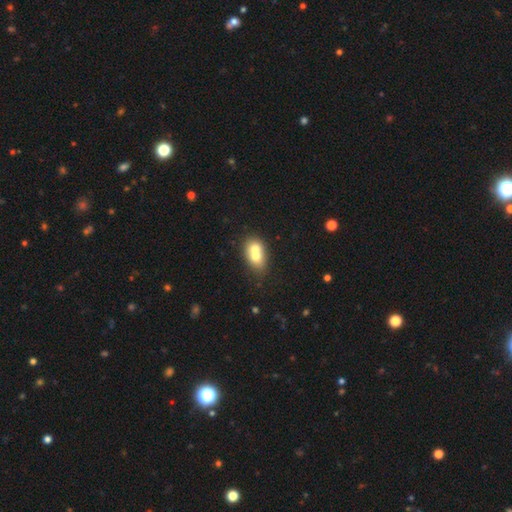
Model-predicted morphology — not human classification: Smooth or featured: smooth — 65% (featured or disk — 26%)
How rounded: in between — 65% (round — 33%)
Merging: merger — 66% (none — 24%)